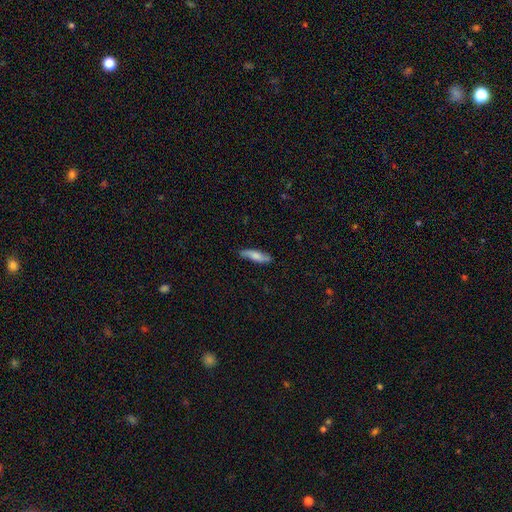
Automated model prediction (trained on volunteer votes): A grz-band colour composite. It shows a smooth galaxy with no disk features (64%) that is cigar-shaped (67%). Merging: none (81%).